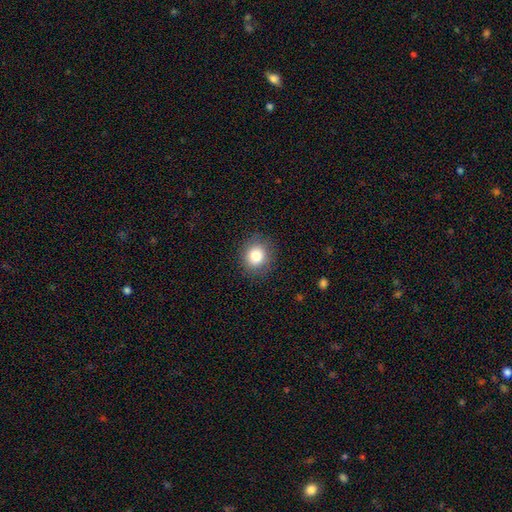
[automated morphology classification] Q: Smooth or featured?
A: smooth (82%); runner-up: star or artifact (10%)
Q: How rounded?
A: round (78%); runner-up: in between (21%)
Q: Merging?
A: none (87%); runner-up: minor disturbance (9%)